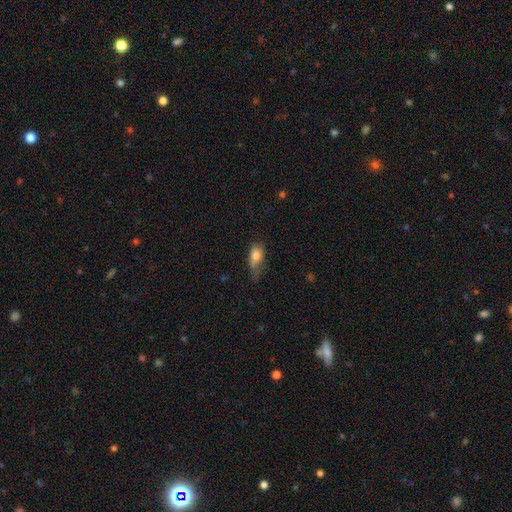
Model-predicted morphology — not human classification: The model was most divided on "merging": minor disturbance: 39%, major disturbance: 30%, none: 28%, merger: 4%. More confident: how rounded — in between (80%); smooth or featured — smooth (77%).